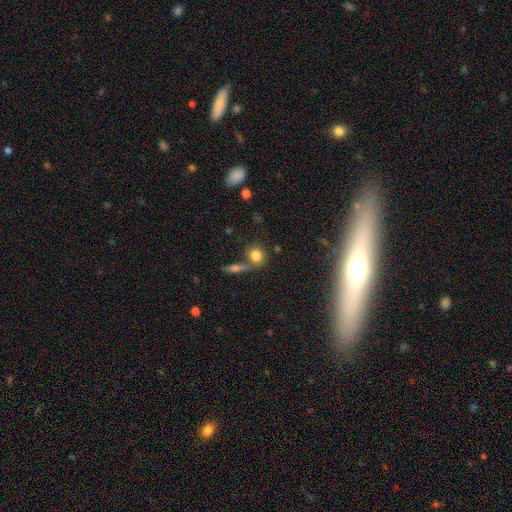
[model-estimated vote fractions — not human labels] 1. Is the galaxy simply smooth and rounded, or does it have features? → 80% smooth, 11% star or artifact, 9% featured or disk.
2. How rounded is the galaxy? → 67% round, 29% in between, 4% cigar-shaped.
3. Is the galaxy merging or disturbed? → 61% none, 23% merger, 11% minor disturbance, 5% major disturbance.